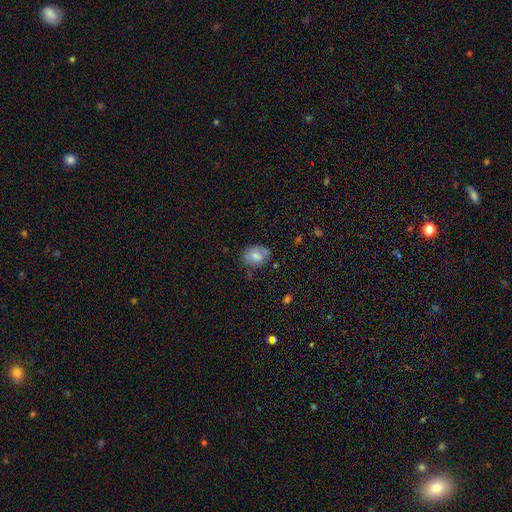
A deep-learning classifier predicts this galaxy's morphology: A smooth galaxy with no disk features (76%) that is in between round and cigar-shaped (65%). Merging: none (62%).